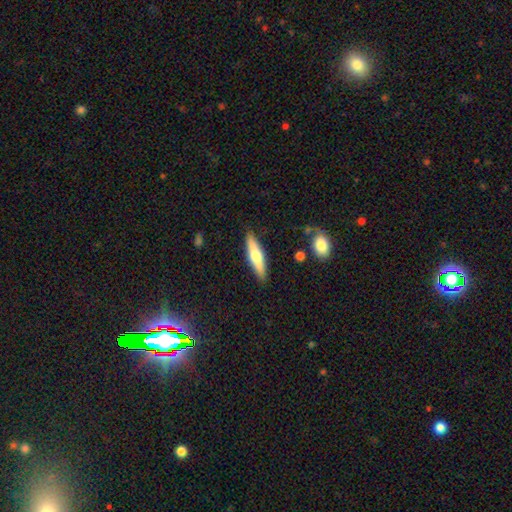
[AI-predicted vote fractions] smooth_or_featured: smooth (p=0.54) [alt: featured or disk p=0.41]
how_rounded: cigar-shaped (p=0.73) [alt: in between p=0.25]
merging: none (p=0.87) [alt: minor disturbance p=0.09]